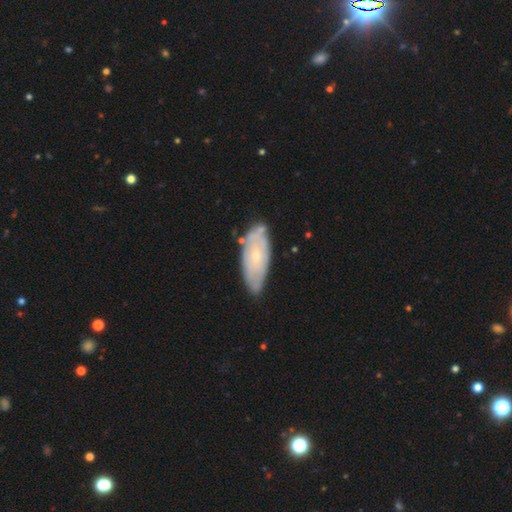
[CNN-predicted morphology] Smooth or featured?
  - featured or disk: 57% *
  - smooth: 36%
  - star or artifact: 7%
Edge-on disk?
  - no: 86% *
  - yes: 14%
Merging?
  - none: 69% *
  - minor disturbance: 23%
  - major disturbance: 4%
  - merger: 4%